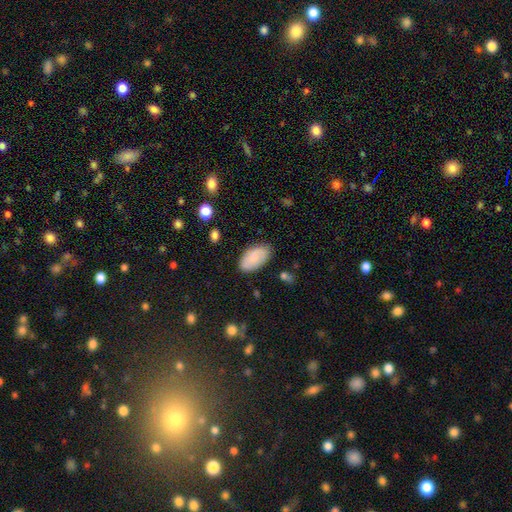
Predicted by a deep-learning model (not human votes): smooth_or_featured: smooth (p=0.78) [alt: featured or disk p=0.16]
how_rounded: in between (p=0.95) [alt: round p=0.03]
merging: none (p=0.82) [alt: minor disturbance p=0.13]